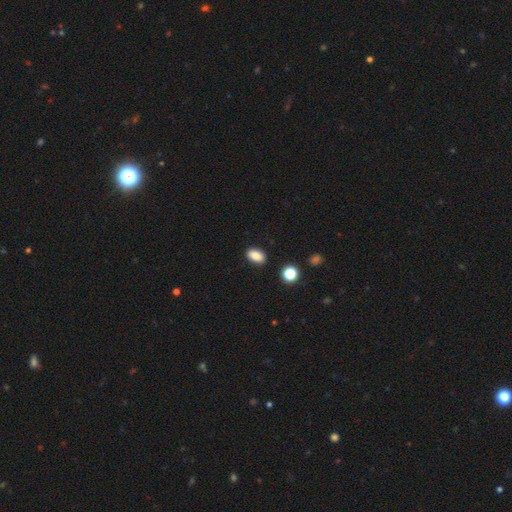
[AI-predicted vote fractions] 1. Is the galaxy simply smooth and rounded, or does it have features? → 87% smooth, 9% star or artifact, 4% featured or disk.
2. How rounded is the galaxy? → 88% in between, 10% round, 2% cigar-shaped.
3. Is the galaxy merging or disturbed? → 88% none, 8% minor disturbance, 2% major disturbance, 2% merger.